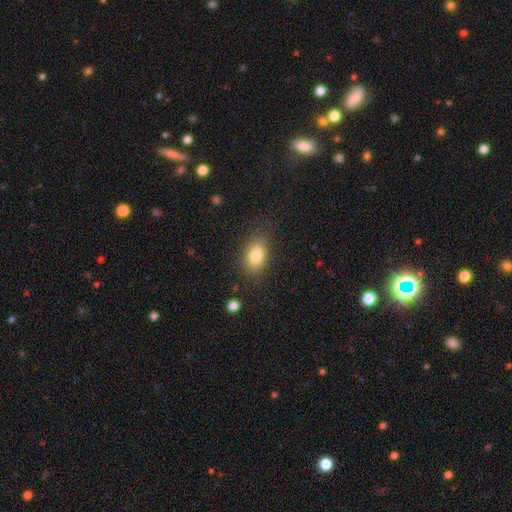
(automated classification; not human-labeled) The model was most divided on "merging": none: 77%, minor disturbance: 16%, major disturbance: 5%, merger: 2%. More confident: how rounded — in between (84%); smooth or featured — smooth (81%).